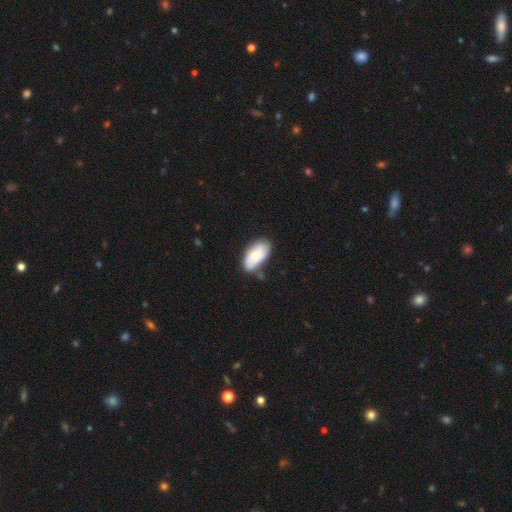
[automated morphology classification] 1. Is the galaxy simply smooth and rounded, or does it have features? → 73% smooth, 21% featured or disk, 6% star or artifact.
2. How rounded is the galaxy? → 94% in between, 3% cigar-shaped, 3% round.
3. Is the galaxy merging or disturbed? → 60% none, 26% minor disturbance, 8% merger, 6% major disturbance.